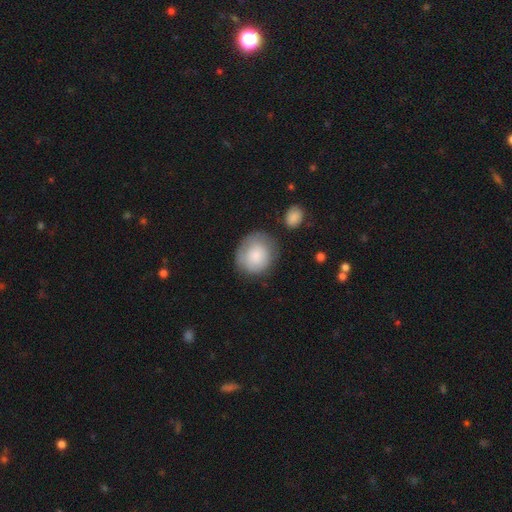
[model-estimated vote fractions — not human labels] Morphology: type=smooth (80%); roundness=round (81%); merging=none (66%).